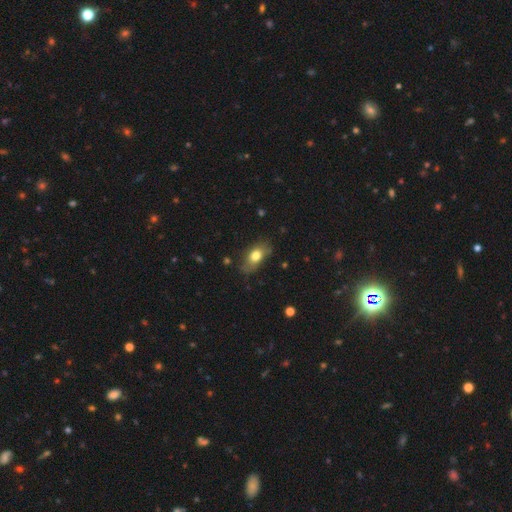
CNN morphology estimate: This is likely a smooth galaxy (73%). How rounded: clearly in between (83%). Merging: likely none (71%).